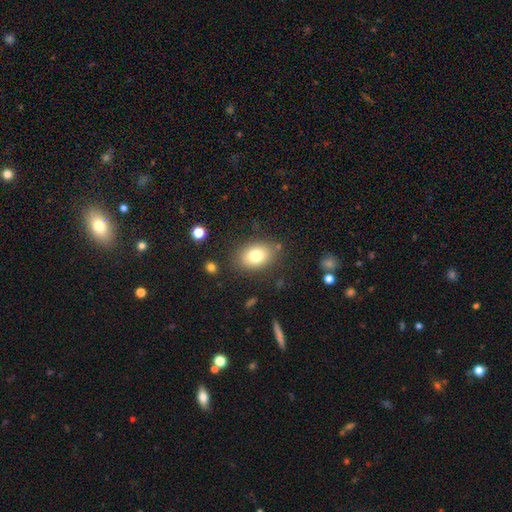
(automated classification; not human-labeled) Smooth or featured: smooth — 78% (featured or disk — 13%)
How rounded: in between — 74% (round — 25%)
Merging: none — 82% (minor disturbance — 12%)